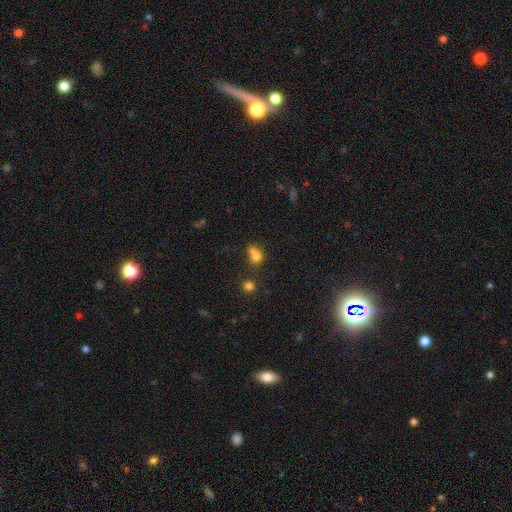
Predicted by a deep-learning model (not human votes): The model was most divided on "merging": merger: 51%, none: 33%, minor disturbance: 10%, major disturbance: 6%. More confident: smooth or featured — smooth (73%); how rounded — round (67%).